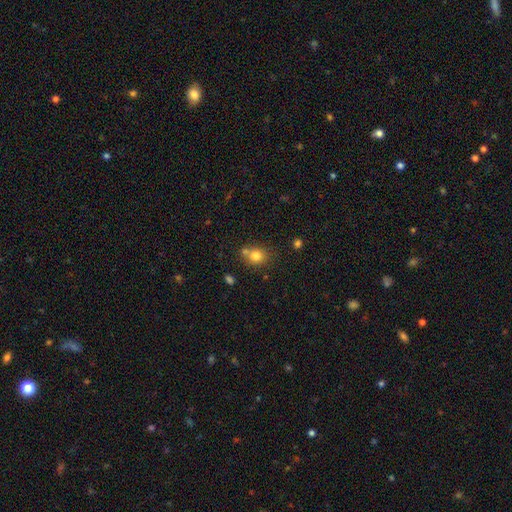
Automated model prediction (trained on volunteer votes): Overall: smooth (79%). How rounded: round (73%). Merging: none (58%; merger 27%).